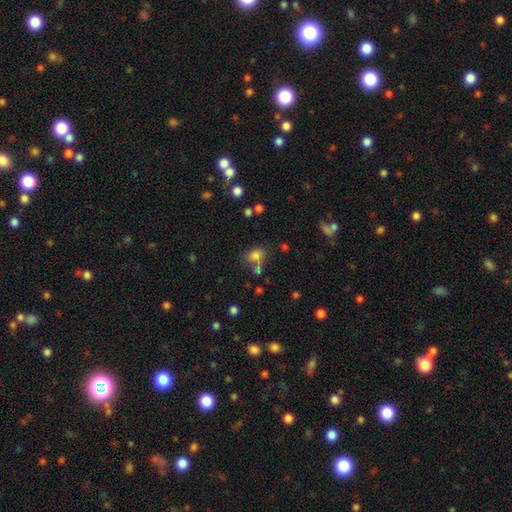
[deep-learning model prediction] smooth_or_featured: smooth (p=0.74) [alt: star or artifact p=0.16]
how_rounded: in between (p=0.66) [alt: round p=0.32]
merging: none (p=0.49) [alt: merger p=0.29]